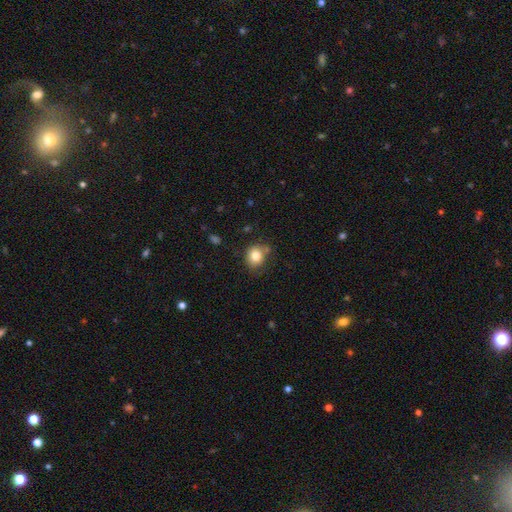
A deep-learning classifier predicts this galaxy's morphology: A smooth galaxy with no disk features (81%) that is round (73%). Merging: none (70%).